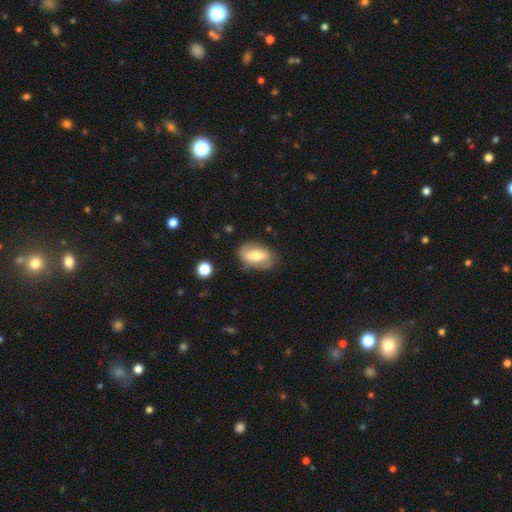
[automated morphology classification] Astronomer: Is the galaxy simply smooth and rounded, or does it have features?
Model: smooth — 57% (runner-up: featured or disk, 36%).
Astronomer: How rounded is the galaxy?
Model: in between — 89%.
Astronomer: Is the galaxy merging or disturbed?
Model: none — 69%.